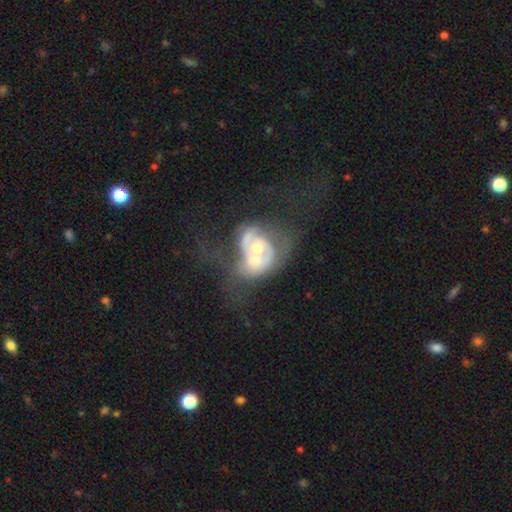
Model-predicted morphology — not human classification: featured or disk 72%, smooth 21%, star or artifact 7%. Down the decision tree: edge-on disk — no (97%); bar — no (79%); spiral arms — yes (57%); bulge size — moderate (71%); merging — merger (53%).